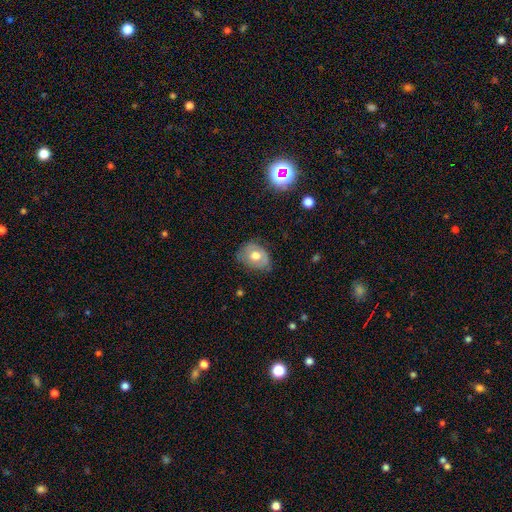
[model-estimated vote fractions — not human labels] The model was most divided on "smooth or featured": smooth: 55%, featured or disk: 36%, star or artifact: 9%. More confident: merging — none (66%); how rounded — in between (61%).